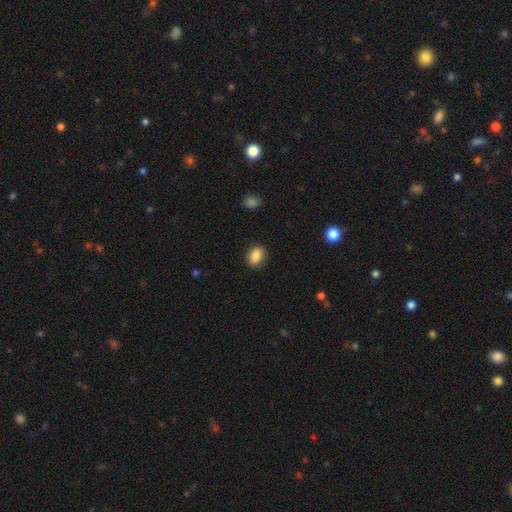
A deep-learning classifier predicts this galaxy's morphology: A smooth galaxy with no disk features (87%) that is in between round and cigar-shaped (78%). Merging: none (87%).